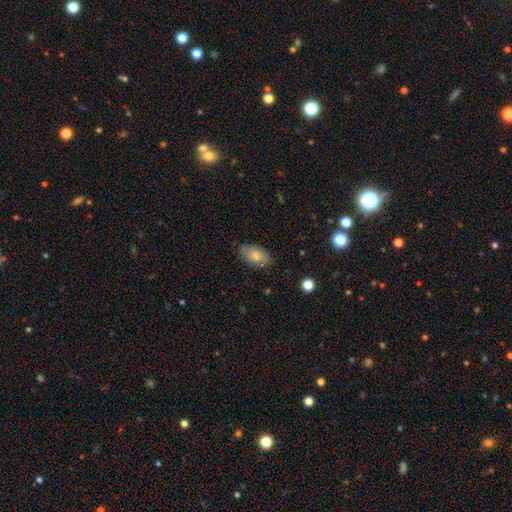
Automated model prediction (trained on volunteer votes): This appears to be a smooth galaxy with no disk features (73%) that is in between round and cigar-shaped (93%). Merging: none (79%).